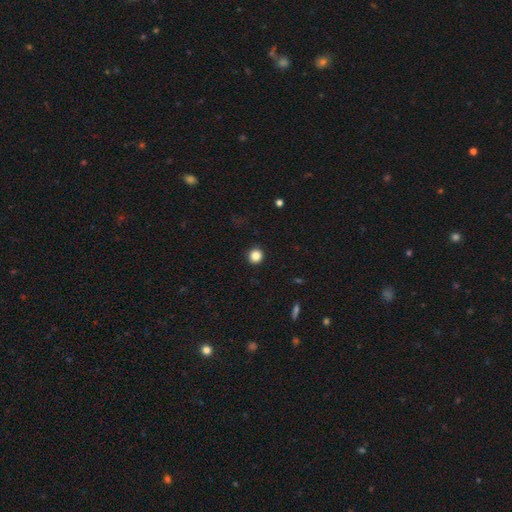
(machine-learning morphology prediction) smooth_or_featured: smooth (p=0.86) [alt: star or artifact p=0.10]
how_rounded: round (p=0.91) [alt: in between p=0.08]
merging: none (p=0.93) [alt: minor disturbance p=0.05]